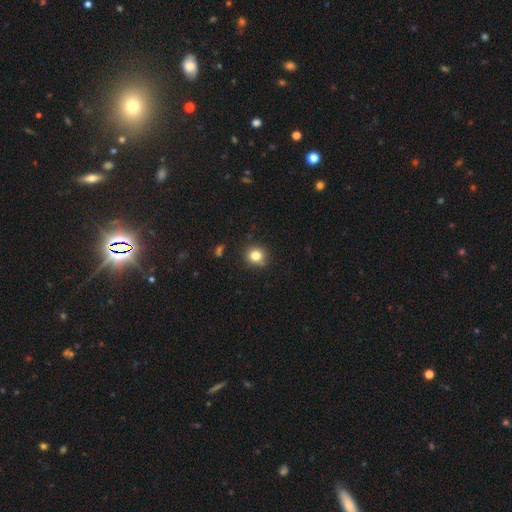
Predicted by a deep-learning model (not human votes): Morphology: type=smooth (82%); roundness=round (86%); merging=none (85%).